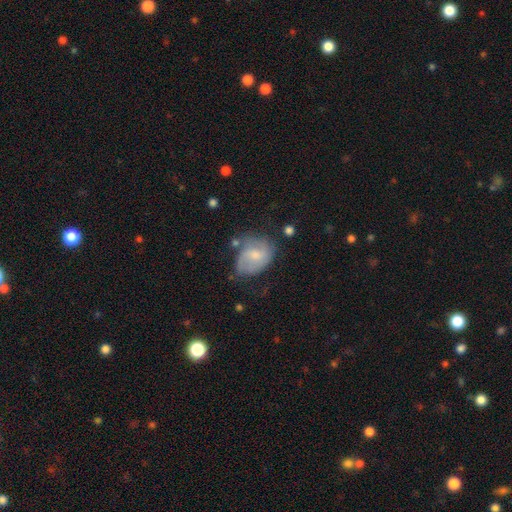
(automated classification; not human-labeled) This appears to be a smooth galaxy with no disk features (47%). Merging: none (49%).